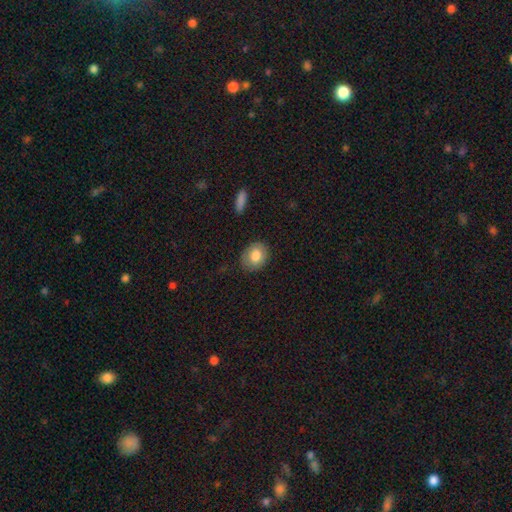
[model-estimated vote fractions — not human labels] This appears to be a smooth galaxy with no disk features (81%) that is in between round and cigar-shaped (55%). Merging: none (83%).